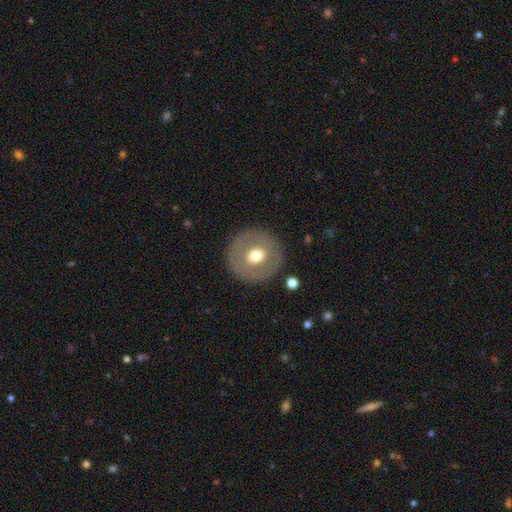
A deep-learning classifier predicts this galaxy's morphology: Smooth or featured?
  - smooth: 58% *
  - featured or disk: 36%
  - star or artifact: 7%
How rounded?
  - round: 93% *
  - in between: 6%
  - cigar-shaped: 1%
Merging?
  - none: 88% *
  - minor disturbance: 7%
  - major disturbance: 3%
  - merger: 1%